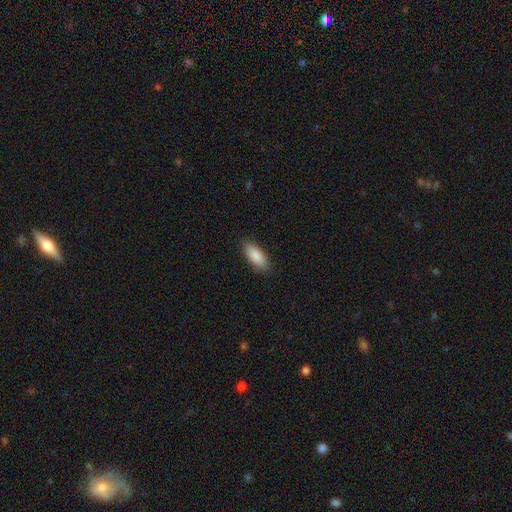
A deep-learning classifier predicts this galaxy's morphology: Smooth or featured: smooth — 88% (featured or disk — 6%)
How rounded: in between — 76% (cigar-shaped — 22%)
Merging: none — 86% (minor disturbance — 11%)